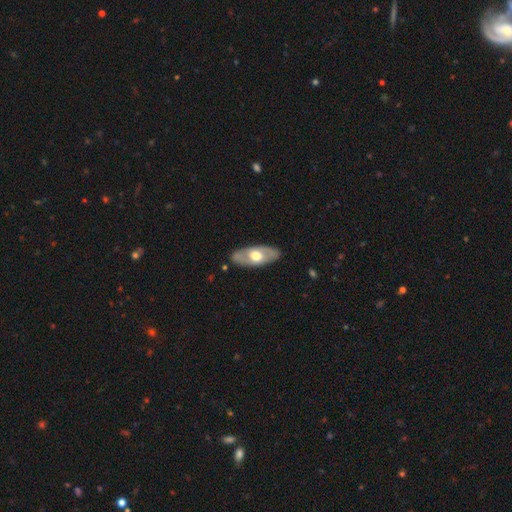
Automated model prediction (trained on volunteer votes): The model was most divided on "smooth or featured": featured or disk: 50%, smooth: 46%, star or artifact: 5%. More confident: merging — none (86%).